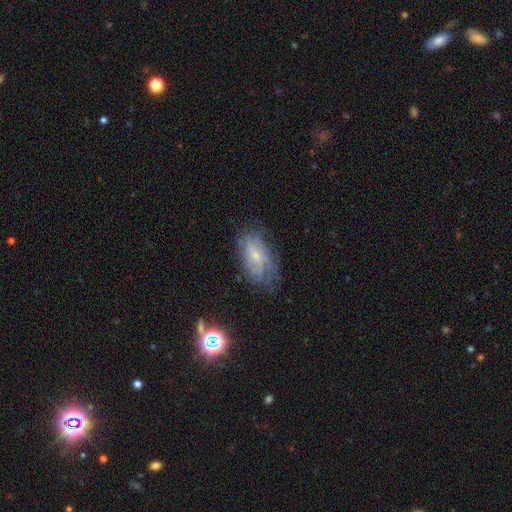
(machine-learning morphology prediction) smooth_or_featured: featured or disk (p=0.51) [alt: smooth p=0.36]
disk_edge_on: no (p=0.92) [alt: yes p=0.08]
merging: none (p=0.57) [alt: minor disturbance p=0.27]